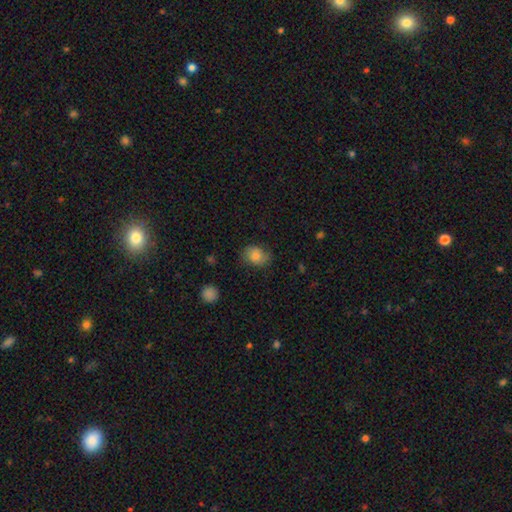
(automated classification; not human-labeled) A smooth galaxy with no disk features (79%) that is in between round and cigar-shaped (57%).

Vote fractions:
- Smooth or featured? smooth: 79% / featured or disk: 12% / star or artifact: 9%
- How rounded? in between: 57% / round: 42% / cigar-shaped: 1%
- Merging? none: 71% / minor disturbance: 22% / major disturbance: 6% / merger: 1%